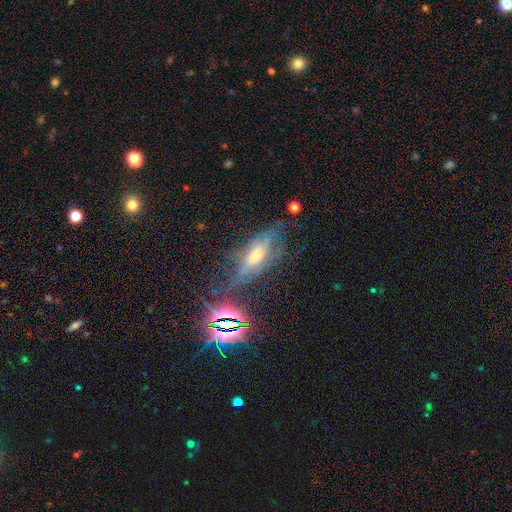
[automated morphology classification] Q: Smooth or featured?
A: featured or disk (52%); runner-up: smooth (26%)
Q: Edge-on disk?
A: no (57%); runner-up: yes (43%)
Q: Merging?
A: none (52%); runner-up: minor disturbance (25%)